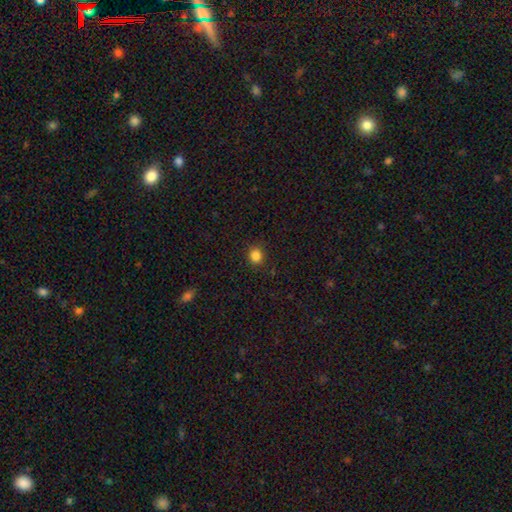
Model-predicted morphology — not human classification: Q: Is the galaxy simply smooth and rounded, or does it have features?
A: smooth — 84%.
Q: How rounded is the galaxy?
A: round — 79%.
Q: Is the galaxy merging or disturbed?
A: none — 89%.